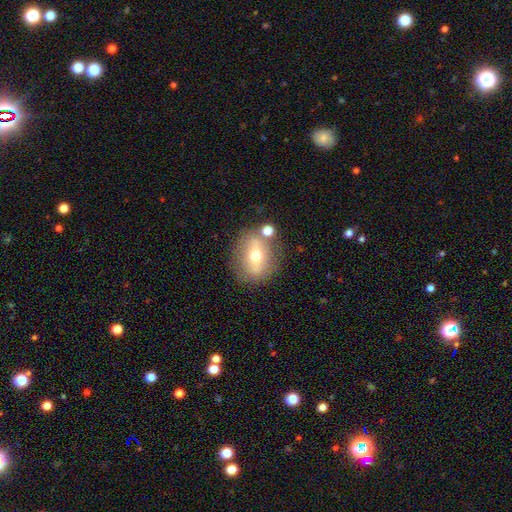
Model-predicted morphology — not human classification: Overall: smooth (47%; featured or disk 42%). Merging: none (69%).